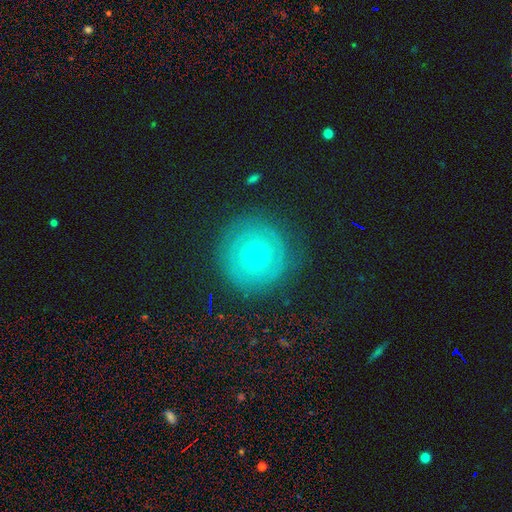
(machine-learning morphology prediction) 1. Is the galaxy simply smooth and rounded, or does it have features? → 54% featured or disk, 36% smooth, 10% star or artifact.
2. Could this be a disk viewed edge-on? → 96% no, 4% yes.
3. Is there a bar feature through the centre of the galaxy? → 89% no, 8% weak, 3% strong.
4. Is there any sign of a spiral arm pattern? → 57% yes, 43% no.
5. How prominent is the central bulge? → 62% small, 34% moderate, 2% large, 1% dominant, 1% none.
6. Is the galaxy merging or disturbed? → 82% none, 12% minor disturbance, 5% major disturbance, 1% merger.